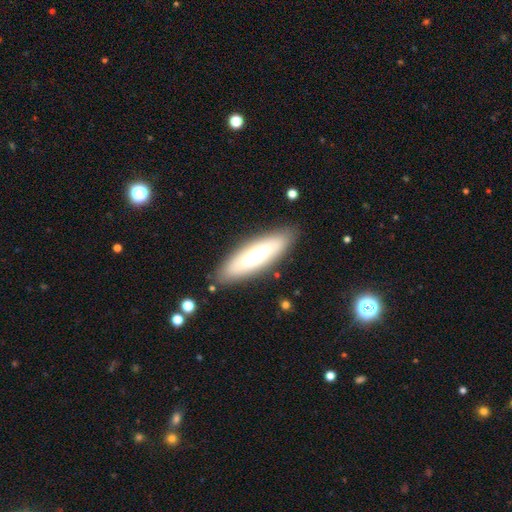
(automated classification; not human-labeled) Smooth or featured? Predicted: smooth (p=0.55). How rounded? Predicted: cigar-shaped (p=0.52). Merging? Predicted: none (p=0.86).